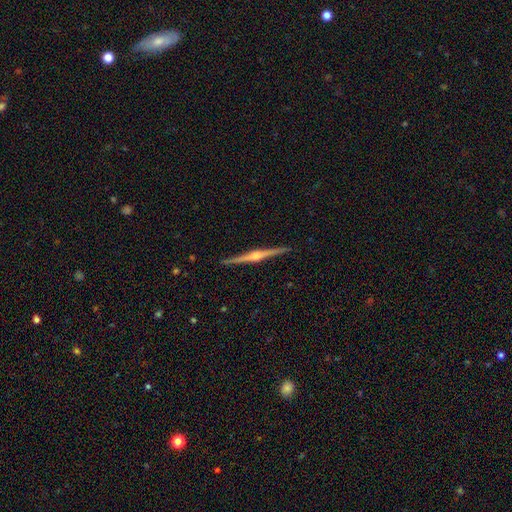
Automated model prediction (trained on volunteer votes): This appears to be a featured or disk galaxy (87%) viewed edge-on (99%) with a rounded central bulge (90%). Merging: none (93%).